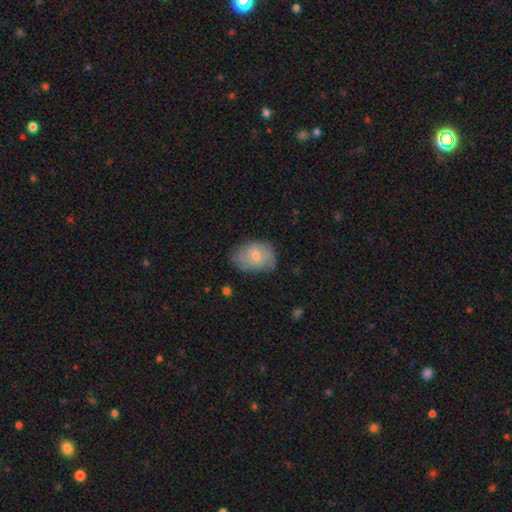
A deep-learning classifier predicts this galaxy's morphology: smooth_or_featured: smooth (p=0.68) [alt: featured or disk p=0.26]
how_rounded: in between (p=0.81) [alt: round p=0.18]
merging: none (p=0.62) [alt: minor disturbance p=0.29]